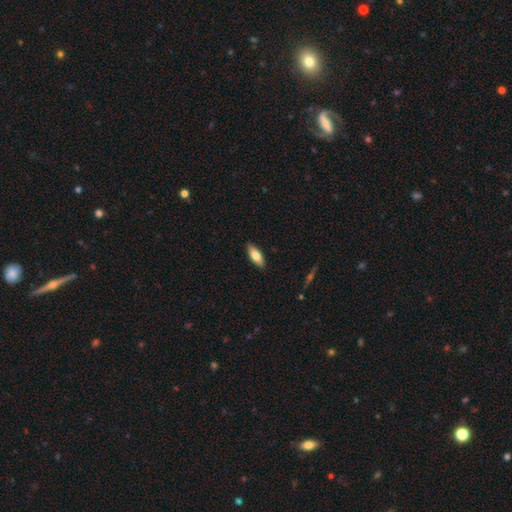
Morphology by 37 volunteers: Smooth or featured? 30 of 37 (81%) said smooth. How rounded? 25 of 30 (83%) said in between. Merging? 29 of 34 (85%) said none.